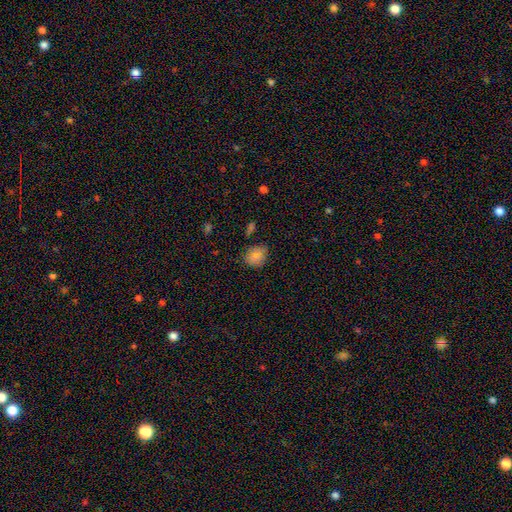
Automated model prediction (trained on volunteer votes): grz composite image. It shows a smooth galaxy with no disk features (75%) that is round (63%). Merging: none (79%).